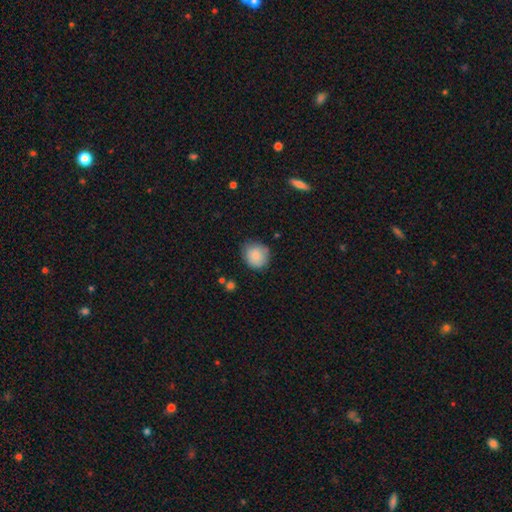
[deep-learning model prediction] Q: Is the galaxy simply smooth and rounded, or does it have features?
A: smooth — 85%.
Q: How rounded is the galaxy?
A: round — 84%.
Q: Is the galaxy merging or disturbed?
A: none — 75%.